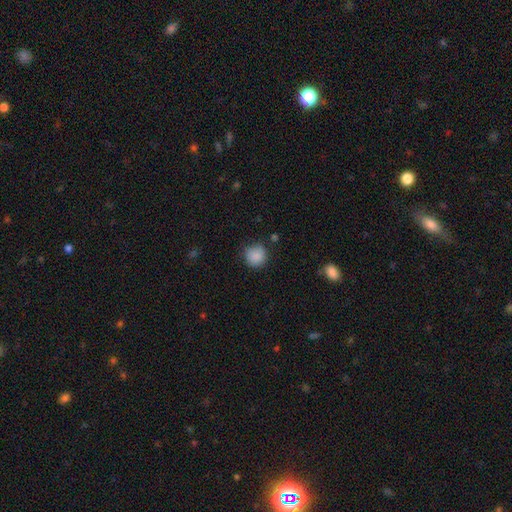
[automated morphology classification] type=smooth (88%); roundness=round (90%); merging=none (80%).